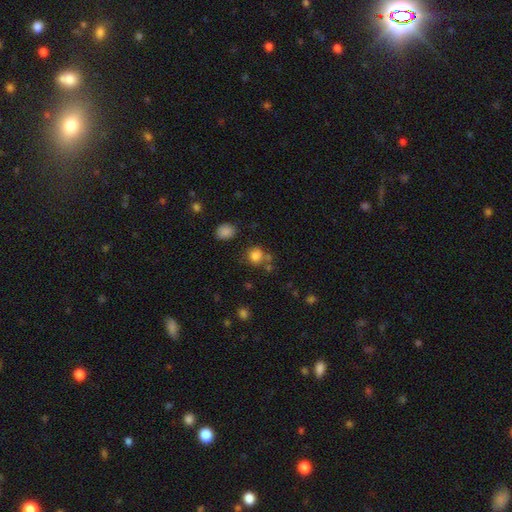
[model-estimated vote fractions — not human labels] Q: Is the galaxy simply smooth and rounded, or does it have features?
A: smooth — 81%.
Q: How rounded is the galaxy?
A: round — 82%.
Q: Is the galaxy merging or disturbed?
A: none — 64%.